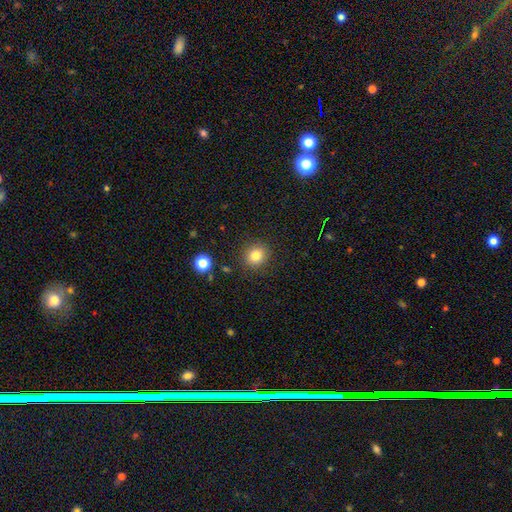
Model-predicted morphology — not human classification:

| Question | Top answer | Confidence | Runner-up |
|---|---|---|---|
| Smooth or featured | smooth | 82% | star or artifact (12%) |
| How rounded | round | 86% | in between (13%) |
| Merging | none | 88% | minor disturbance (7%) |